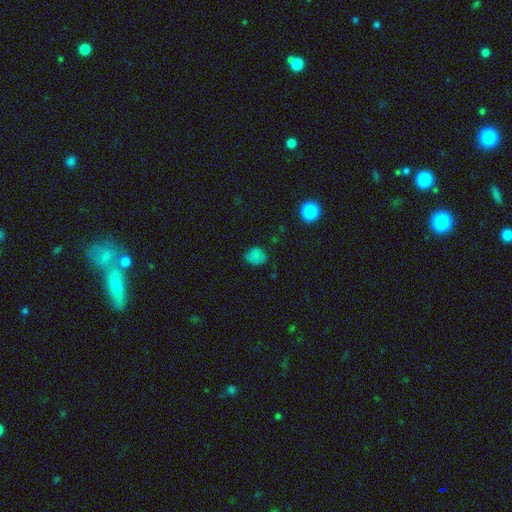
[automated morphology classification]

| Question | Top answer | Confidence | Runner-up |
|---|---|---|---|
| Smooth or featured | smooth | 76% | star or artifact (20%) |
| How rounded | round | 56% | in between (43%) |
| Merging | none | 76% | minor disturbance (18%) |